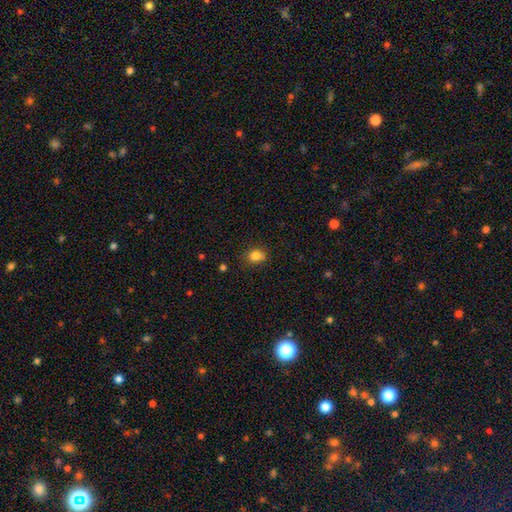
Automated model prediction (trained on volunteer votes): Overall: smooth (82%). How rounded: round (56%; in between 43%). Merging: none (67%).